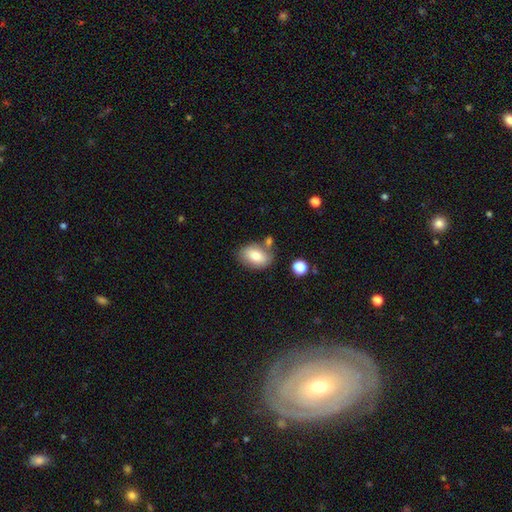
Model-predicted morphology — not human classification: type=smooth (79%); roundness=in between (83%); merging=none (68%).